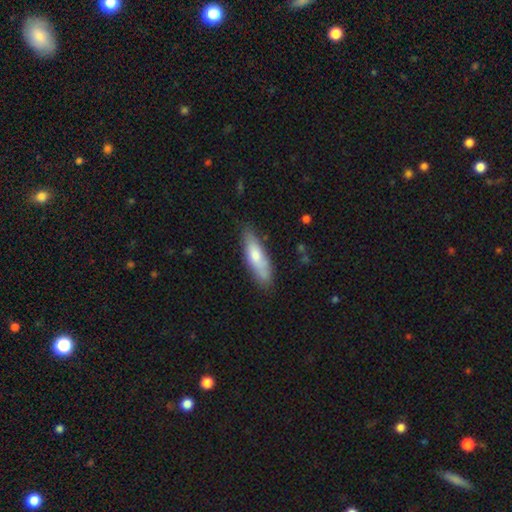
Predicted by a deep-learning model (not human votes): Morphology: type=smooth (67%); roundness=cigar-shaped (63%); merging=none (79%).